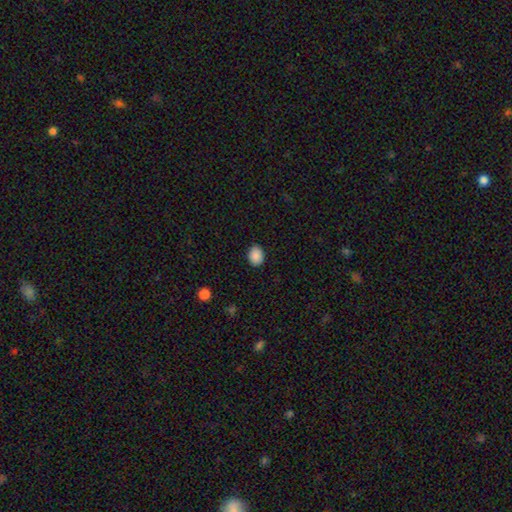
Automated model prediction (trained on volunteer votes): smooth 89%, star or artifact 8%, featured or disk 3%. Down the decision tree: how rounded — in between (62%); merging — none (87%).